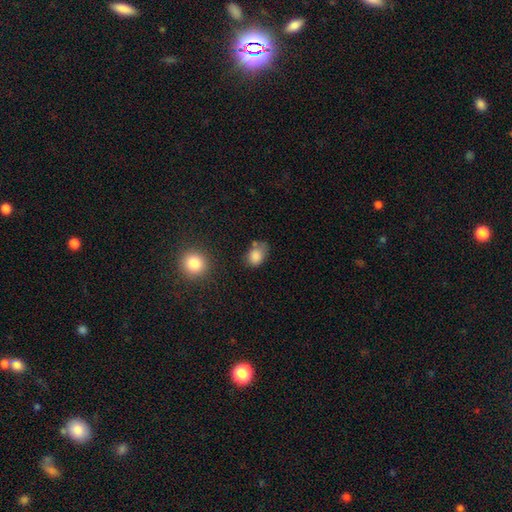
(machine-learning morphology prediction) smooth_or_featured: smooth (p=0.83) [alt: star or artifact p=0.10]
how_rounded: in between (p=0.68) [alt: round p=0.31]
merging: none (p=0.50) [alt: minor disturbance p=0.30]